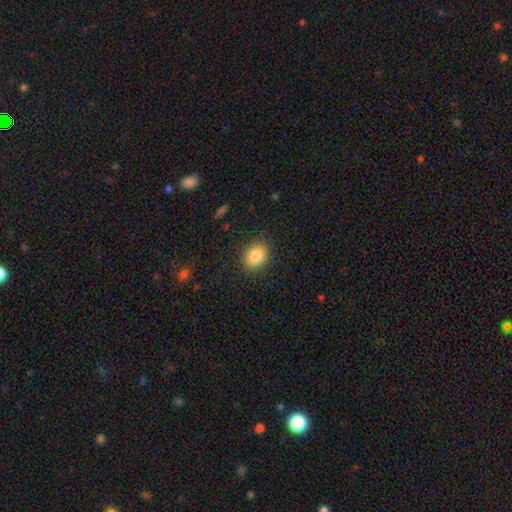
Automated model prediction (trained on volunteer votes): smooth_or_featured: smooth (p=0.85) [alt: star or artifact p=0.08]
how_rounded: in between (p=0.70) [alt: round p=0.29]
merging: none (p=0.86) [alt: minor disturbance p=0.10]